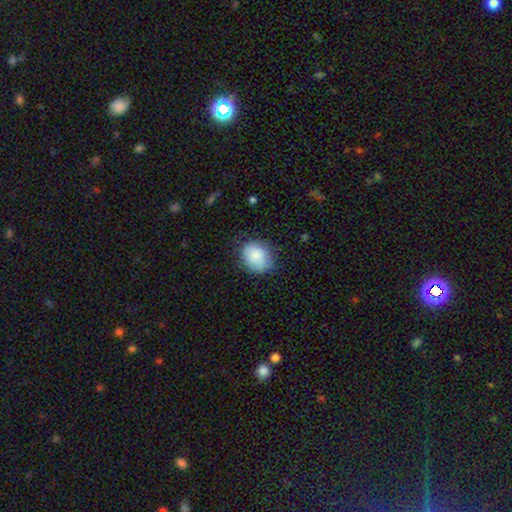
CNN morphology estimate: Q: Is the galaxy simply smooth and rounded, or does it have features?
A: smooth — 84%.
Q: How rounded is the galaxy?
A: round — 54%.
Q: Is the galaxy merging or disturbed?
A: none — 73%.